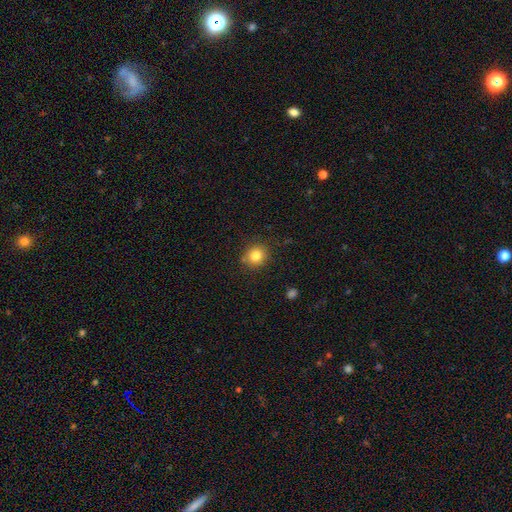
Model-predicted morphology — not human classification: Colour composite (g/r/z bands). It shows a smooth galaxy with no disk features (82%) that is round (81%). Merging: none (85%).